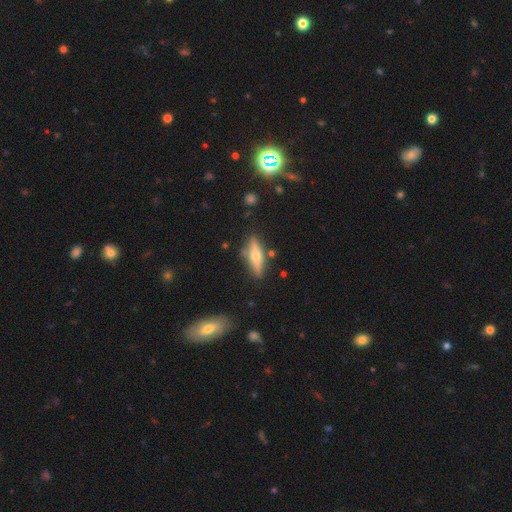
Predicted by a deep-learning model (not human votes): featured or disk 56%, smooth 37%, star or artifact 8%. Down the decision tree: edge-on disk — yes (92%); edge-on bulge — rounded (90%); merging — none (82%).